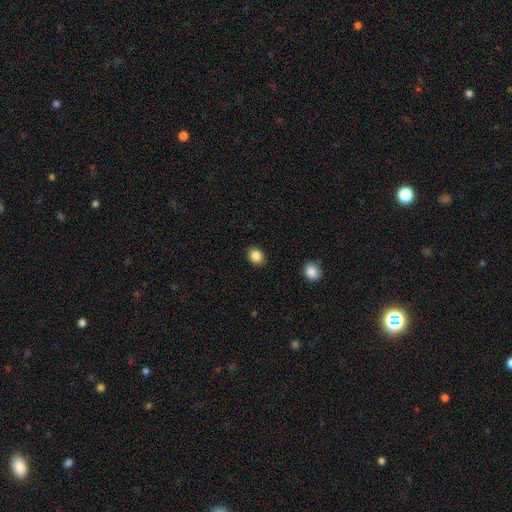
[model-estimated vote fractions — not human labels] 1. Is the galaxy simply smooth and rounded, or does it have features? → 86% smooth, 9% star or artifact, 5% featured or disk.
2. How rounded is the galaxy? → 52% round, 47% in between, 1% cigar-shaped.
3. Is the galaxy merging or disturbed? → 89% none, 8% minor disturbance, 2% major disturbance, 1% merger.